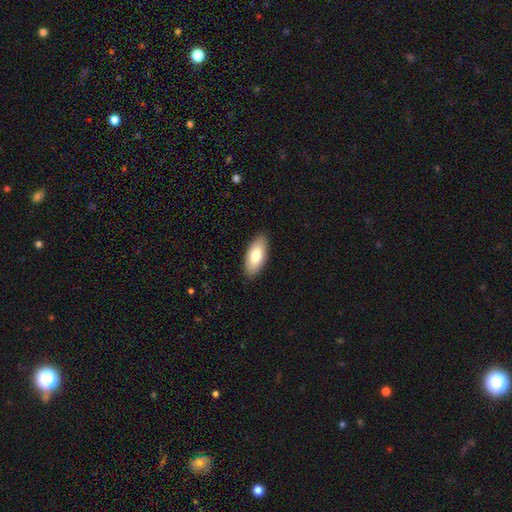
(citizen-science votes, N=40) A smooth galaxy with no disk features (80%) that is in between round and cigar-shaped (91%).

Vote fractions:
- Smooth or featured? smooth: 80% / featured or disk: 18% / star or artifact: 2%
- How rounded? in between: 91% / cigar-shaped: 9% / round: 0%
- Merging? none: 87% / minor disturbance: 13% / major disturbance: 0% / merger: 0%